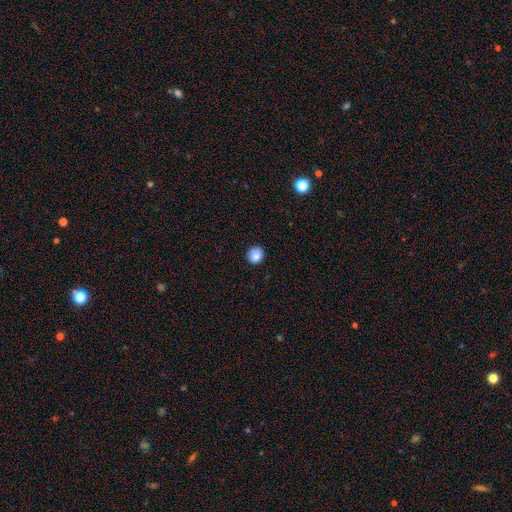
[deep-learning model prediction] Smooth or featured: smooth — 83% (star or artifact — 10%)
How rounded: round — 91% (in between — 8%)
Merging: none — 83% (minor disturbance — 13%)